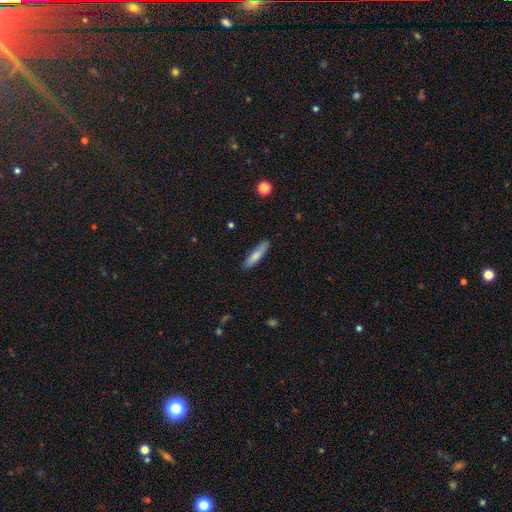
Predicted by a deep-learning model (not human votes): This is likely a smooth galaxy (76%). How rounded: likely cigar-shaped (77%). Merging: clearly none (83%).